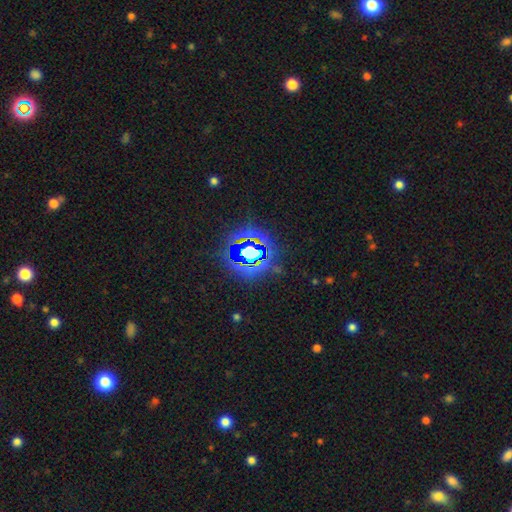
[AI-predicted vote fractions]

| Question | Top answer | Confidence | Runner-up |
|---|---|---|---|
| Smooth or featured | star or artifact | 82% | smooth (11%) |